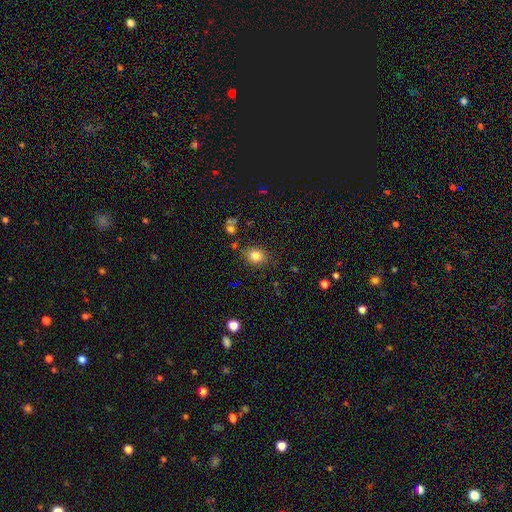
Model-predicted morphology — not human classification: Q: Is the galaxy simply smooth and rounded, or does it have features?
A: smooth — 81%.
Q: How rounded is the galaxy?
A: round — 53%.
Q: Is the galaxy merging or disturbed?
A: none — 81%.